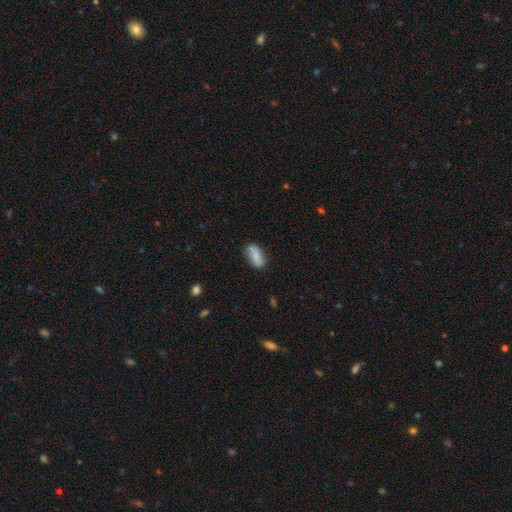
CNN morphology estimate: Smooth or featured? smooth (78%)
How rounded? in between (86%)
Merging? none (80%)